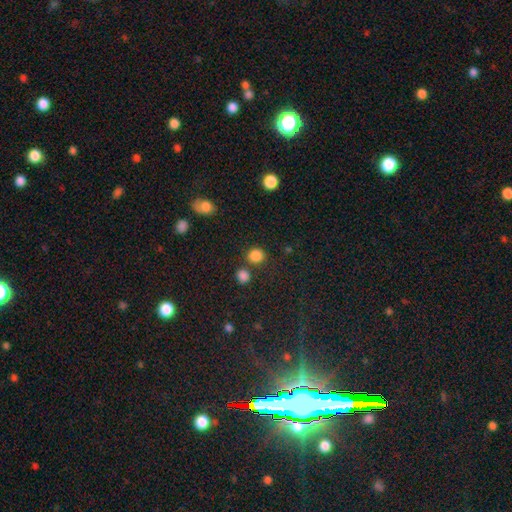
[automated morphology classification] This appears to be a smooth galaxy with no disk features (84%) that is round (82%). Merging: none (74%).